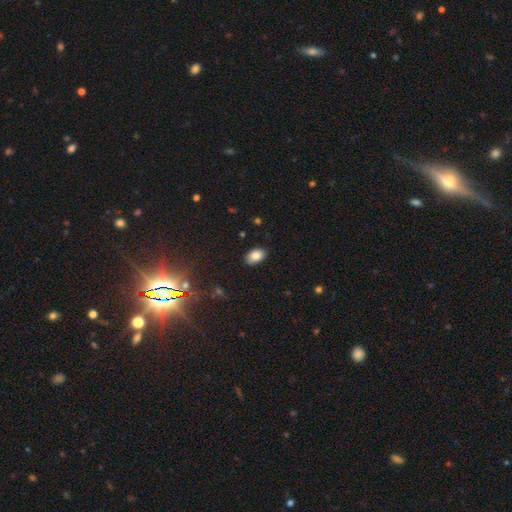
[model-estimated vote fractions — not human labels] smooth 85%, star or artifact 9%, featured or disk 7%. Down the decision tree: how rounded — in between (90%); merging — none (87%).